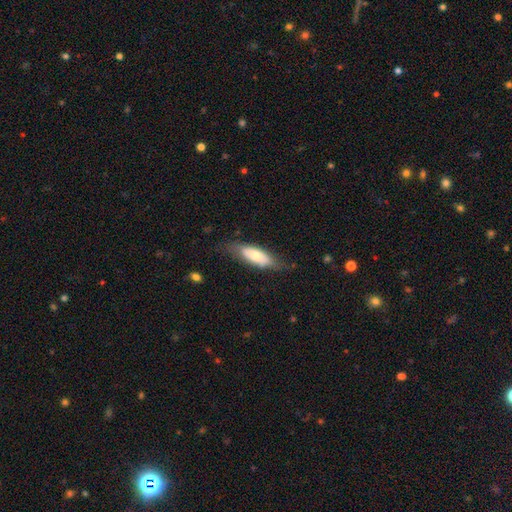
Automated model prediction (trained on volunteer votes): Smooth or featured: smooth — 61% (featured or disk — 33%)
How rounded: in between — 64% (cigar-shaped — 34%)
Merging: none — 66% (minor disturbance — 24%)